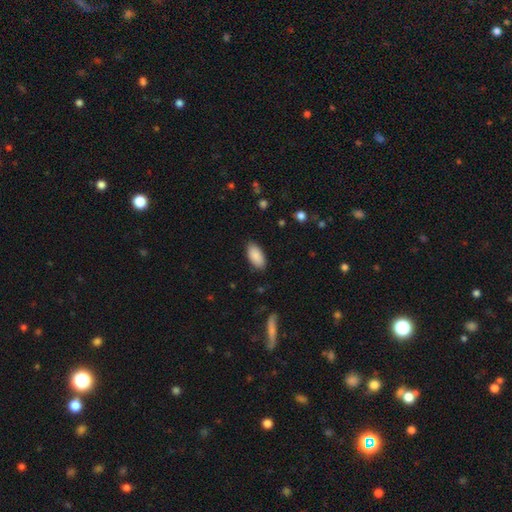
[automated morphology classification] This appears to be a smooth galaxy with no disk features (89%) that is in between round and cigar-shaped (93%). Merging: none (87%).